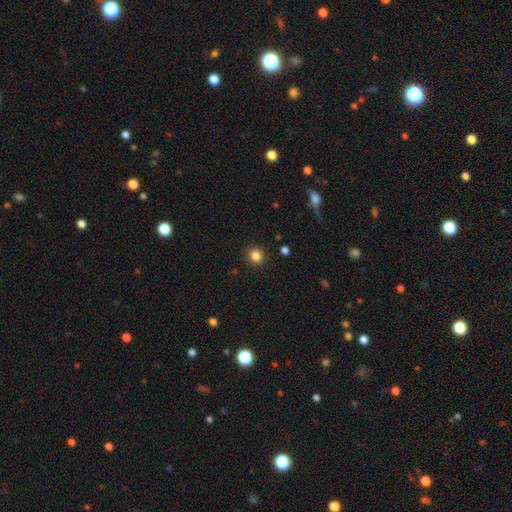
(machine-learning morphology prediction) Overall: smooth (84%). How rounded: round (84%). Merging: none (91%).